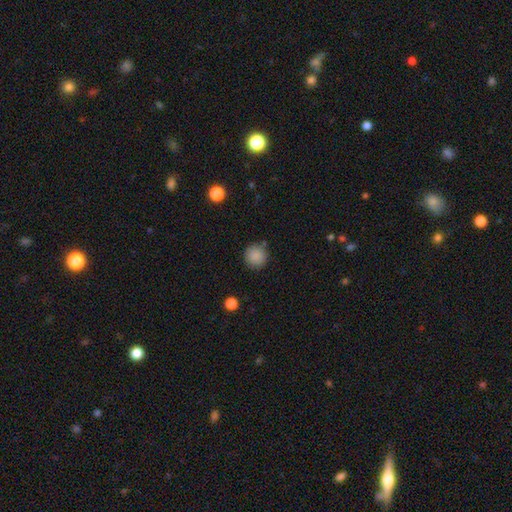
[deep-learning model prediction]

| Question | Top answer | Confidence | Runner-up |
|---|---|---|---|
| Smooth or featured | smooth | 87% | star or artifact (9%) |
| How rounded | round | 95% | in between (4%) |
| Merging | none | 86% | minor disturbance (8%) |